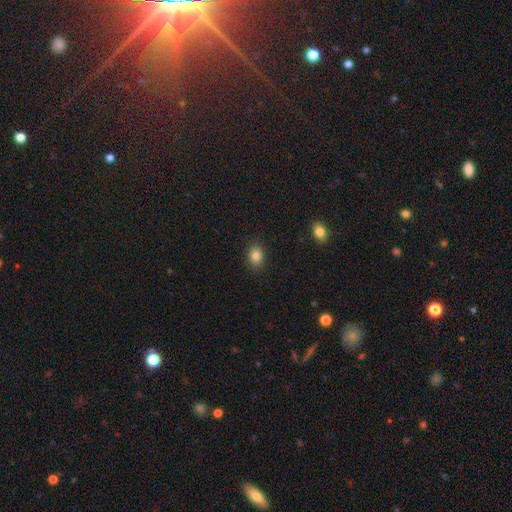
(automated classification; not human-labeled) Smooth or featured: smooth — 84% (star or artifact — 10%)
How rounded: in between — 67% (round — 32%)
Merging: none — 89% (minor disturbance — 8%)